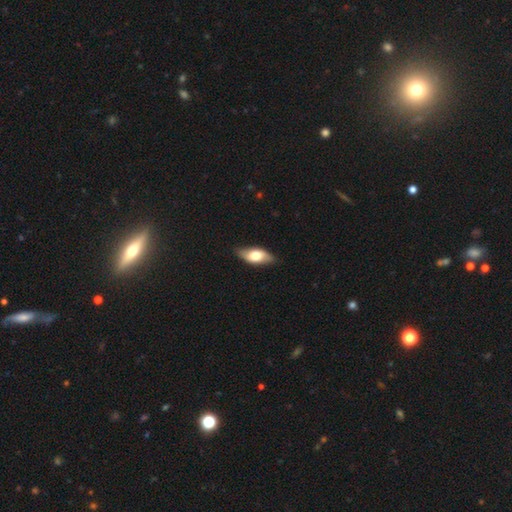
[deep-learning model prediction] Q: Smooth or featured?
A: smooth (61%); runner-up: featured or disk (33%)
Q: How rounded?
A: in between (83%); runner-up: cigar-shaped (13%)
Q: Merging?
A: none (82%); runner-up: minor disturbance (14%)